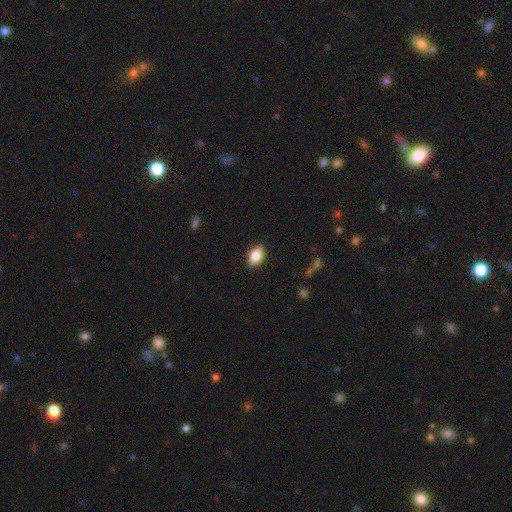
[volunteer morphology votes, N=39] Overall: smooth (82%). How rounded: in between (91%). Merging: none (77%).